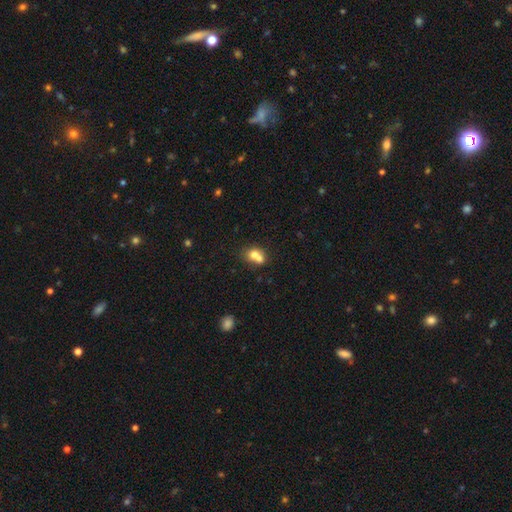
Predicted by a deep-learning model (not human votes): A smooth galaxy with no disk features (70%) that is round (56%). Merging: merger (65%).